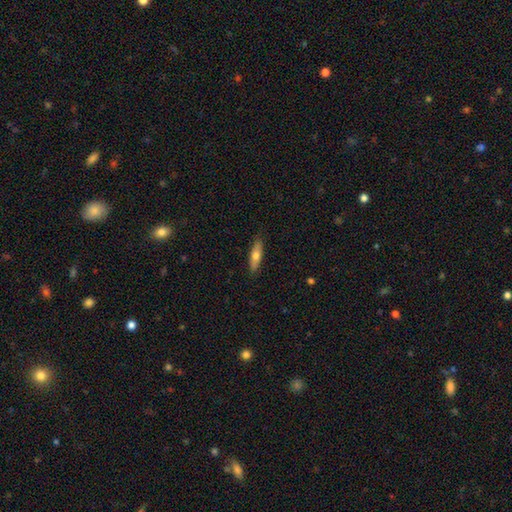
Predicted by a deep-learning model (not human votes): Smooth or featured? smooth (61%)
How rounded? cigar-shaped (65%)
Merging? none (88%)